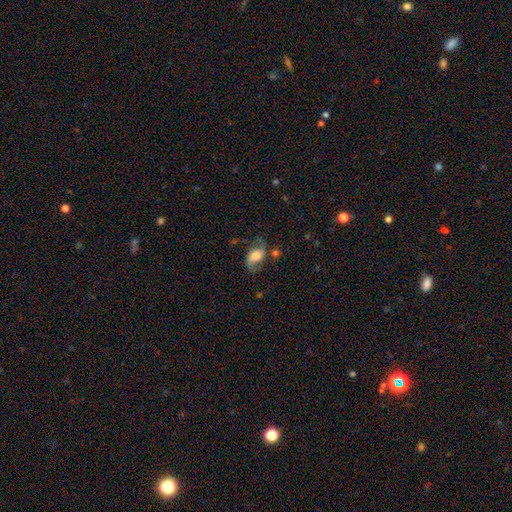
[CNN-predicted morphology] type=featured or disk (53%); edge-on=no (95%); merging=none (55%).